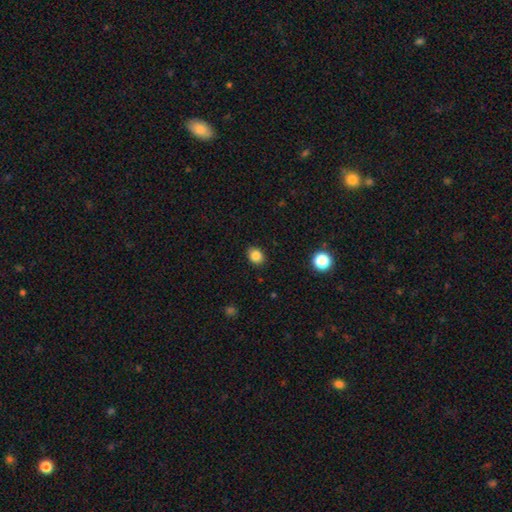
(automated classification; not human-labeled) Smooth or featured? smooth (85%)
How rounded? round (54%)
Merging? none (88%)